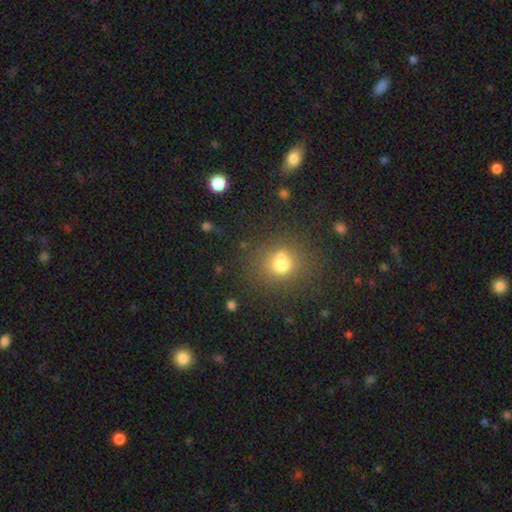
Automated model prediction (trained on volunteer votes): Q: Smooth or featured?
A: smooth (67%); runner-up: star or artifact (27%)
Q: How rounded?
A: round (85%); runner-up: in between (14%)
Q: Merging?
A: none (89%); runner-up: minor disturbance (7%)